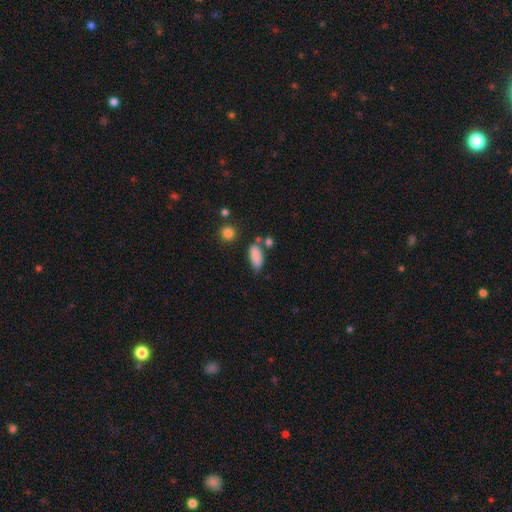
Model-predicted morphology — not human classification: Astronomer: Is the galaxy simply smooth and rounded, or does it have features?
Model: smooth — 86%.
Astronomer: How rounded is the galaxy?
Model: in between — 79%.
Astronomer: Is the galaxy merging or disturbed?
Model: none — 64%.